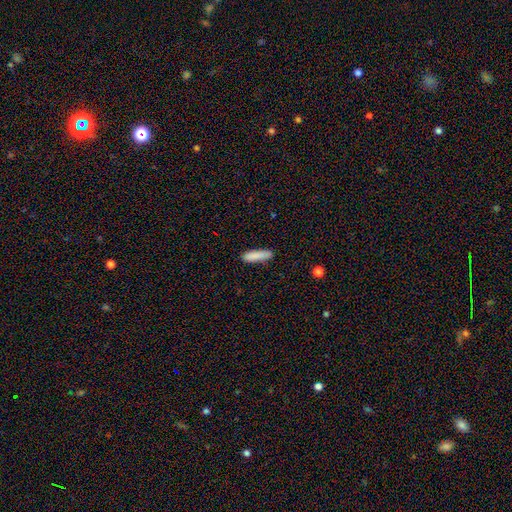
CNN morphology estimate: Smooth or featured: smooth — 87% (star or artifact — 7%)
How rounded: cigar-shaped — 76% (in between — 23%)
Merging: none — 85% (minor disturbance — 12%)